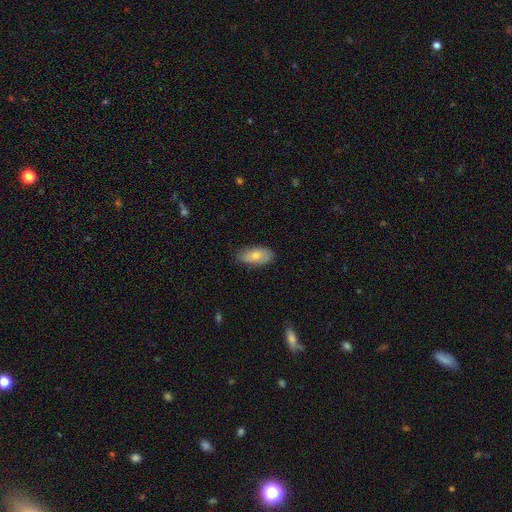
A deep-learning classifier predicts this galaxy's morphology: smooth-or-featured: smooth: 75% | featured or disk: 19% | star or artifact: 6%
  how-rounded: in between: 91% | cigar-shaped: 6% | round: 3%
  merging: none: 82% | minor disturbance: 15% | major disturbance: 3% | merger: 1%